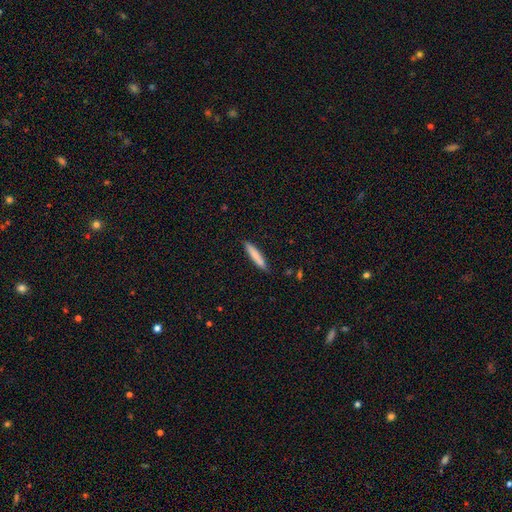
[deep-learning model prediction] Smooth or featured? Predicted: smooth (p=0.80). How rounded? Predicted: cigar-shaped (p=0.90). Merging? Predicted: none (p=0.85).